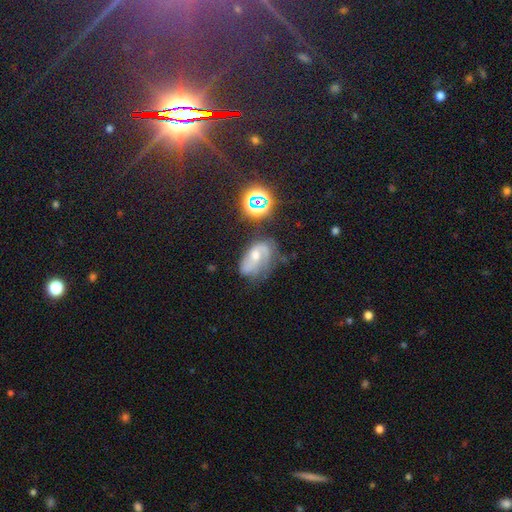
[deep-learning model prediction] This appears to be a featured or disk galaxy (57%) with no bar (52%), spiral arms (82%) and a moderate central bulge (55%). Merging: none (47%).